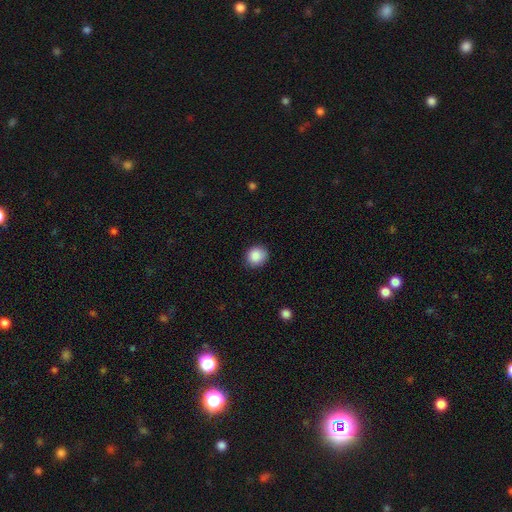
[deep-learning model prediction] Smooth or featured? smooth (88%)
How rounded? round (83%)
Merging? none (86%)